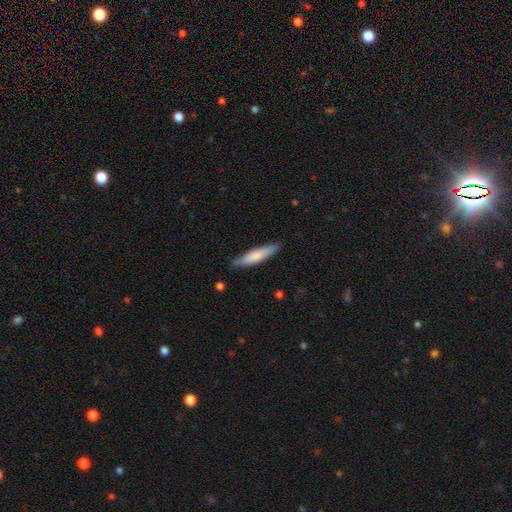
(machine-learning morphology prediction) Smooth or featured: smooth — 74% (featured or disk — 21%)
How rounded: cigar-shaped — 85% (in between — 14%)
Merging: none — 82% (minor disturbance — 14%)